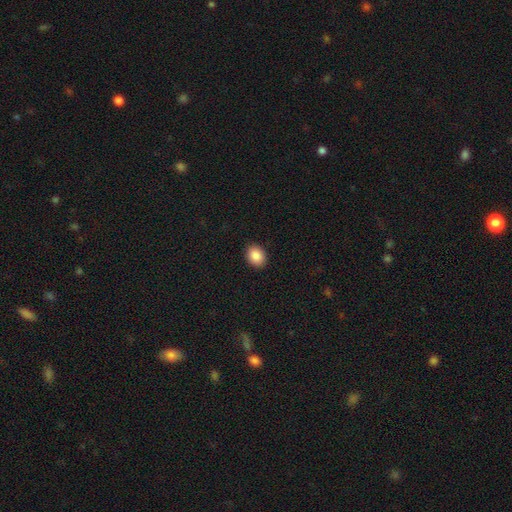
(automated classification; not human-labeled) Q: Smooth or featured?
A: smooth (88%); runner-up: star or artifact (8%)
Q: How rounded?
A: in between (55%); runner-up: round (45%)
Q: Merging?
A: none (91%); runner-up: minor disturbance (7%)